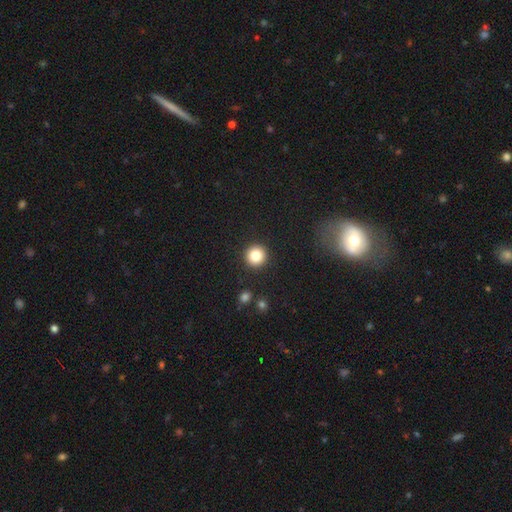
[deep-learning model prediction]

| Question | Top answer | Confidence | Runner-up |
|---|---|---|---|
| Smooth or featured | smooth | 85% | star or artifact (10%) |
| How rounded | round | 95% | in between (4%) |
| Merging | none | 92% | minor disturbance (5%) |